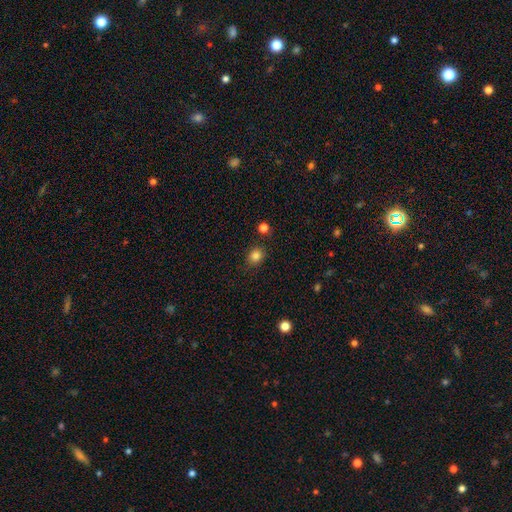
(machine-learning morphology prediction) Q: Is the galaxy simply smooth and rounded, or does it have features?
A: smooth — 83%.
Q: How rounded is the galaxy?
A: round — 63%.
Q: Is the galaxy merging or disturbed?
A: none — 84%.